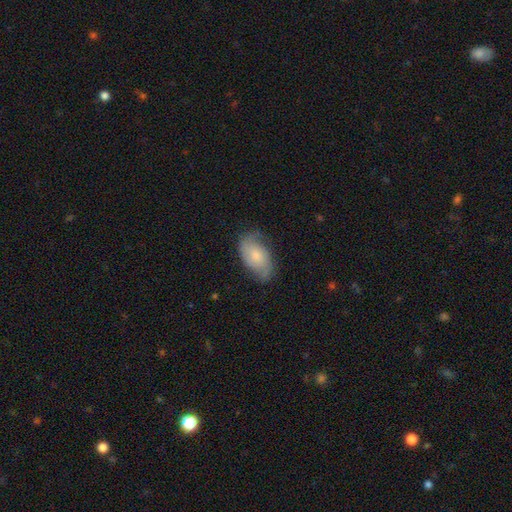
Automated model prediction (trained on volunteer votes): A featured or disk galaxy (47%).

Vote fractions:
- Smooth or featured? featured or disk: 47% / smooth: 46% / star or artifact: 7%
- Merging? none: 65% / minor disturbance: 26% / major disturbance: 8% / merger: 1%